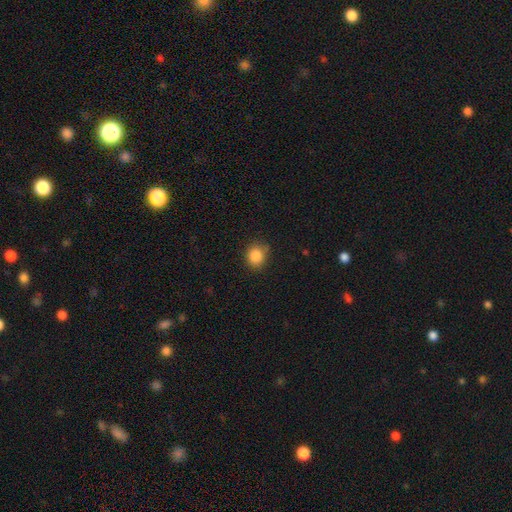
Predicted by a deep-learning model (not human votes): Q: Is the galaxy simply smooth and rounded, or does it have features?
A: smooth — 86%.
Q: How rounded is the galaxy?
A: round — 77%.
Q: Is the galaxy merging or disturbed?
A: none — 80%.